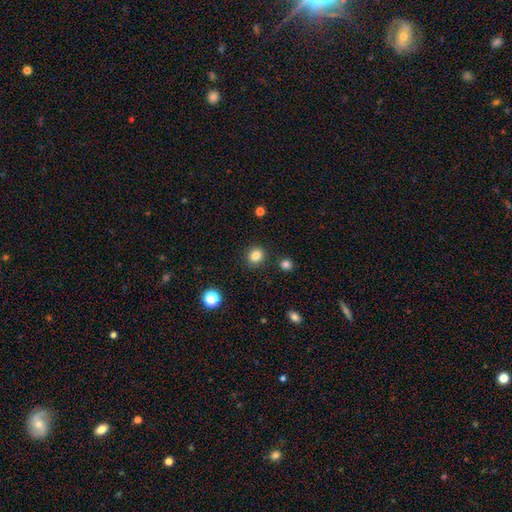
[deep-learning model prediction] smooth-or-featured: smooth: 84% | star or artifact: 12% | featured or disk: 5%
  how-rounded: round: 82% | in between: 17% | cigar-shaped: 1%
  merging: none: 89% | minor disturbance: 7% | merger: 3% | major disturbance: 2%